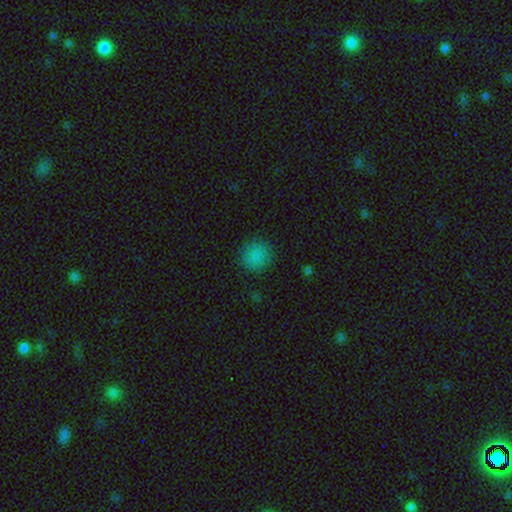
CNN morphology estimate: Q: Smooth or featured?
A: smooth (84%); runner-up: star or artifact (12%)
Q: How rounded?
A: round (90%); runner-up: in between (9%)
Q: Merging?
A: none (88%); runner-up: minor disturbance (9%)